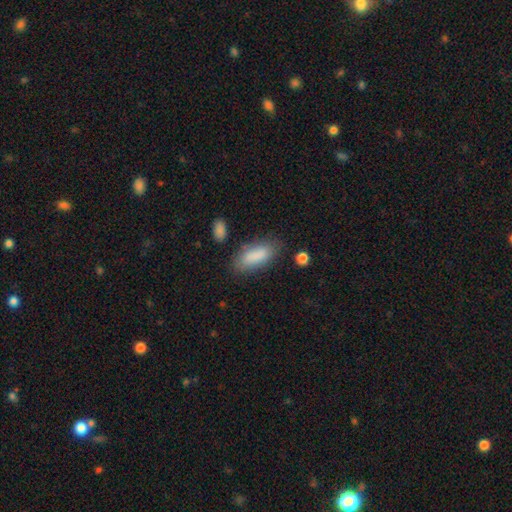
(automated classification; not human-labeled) This is clearly a smooth galaxy (84%). How rounded: likely in between (76%). Merging: likely none (71%).